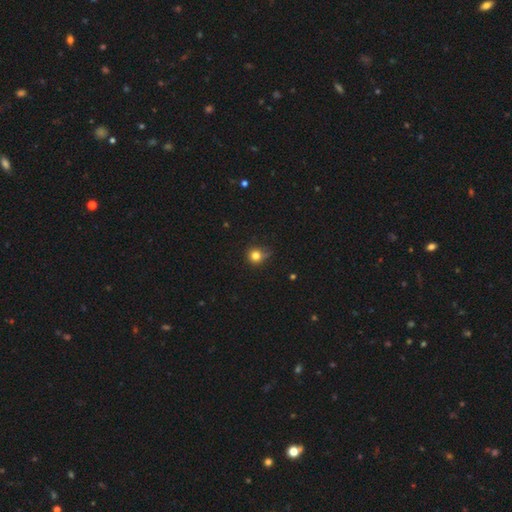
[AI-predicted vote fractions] Overall: smooth (80%). How rounded: round (90%). Merging: none (68%).